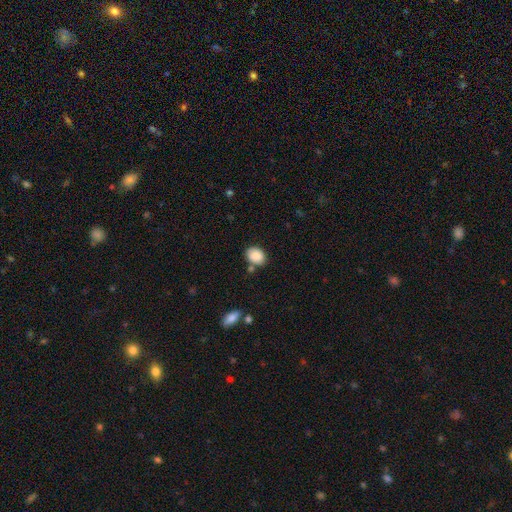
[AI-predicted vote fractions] Smooth or featured?
  - smooth: 88% *
  - star or artifact: 8%
  - featured or disk: 5%
How rounded?
  - in between: 64% *
  - round: 35%
  - cigar-shaped: 1%
Merging?
  - none: 72% *
  - minor disturbance: 16%
  - merger: 8%
  - major disturbance: 4%